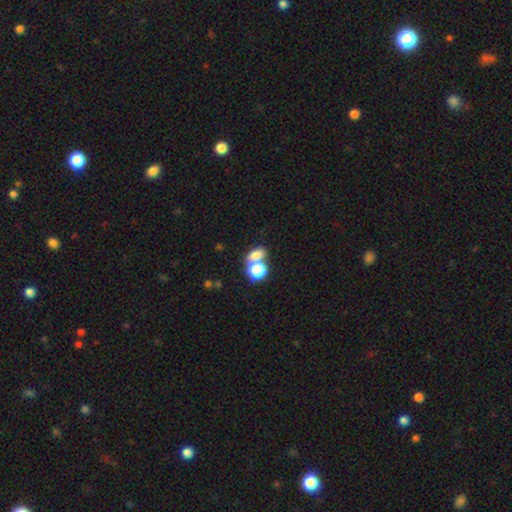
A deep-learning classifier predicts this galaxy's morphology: A smooth galaxy with no disk features (75%) that is in between round and cigar-shaped (62%).

Vote fractions:
- Smooth or featured? smooth: 75% / star or artifact: 14% / featured or disk: 12%
- How rounded? in between: 62% / round: 36% / cigar-shaped: 2%
- Merging? merger: 53% / none: 35% / minor disturbance: 8% / major disturbance: 5%